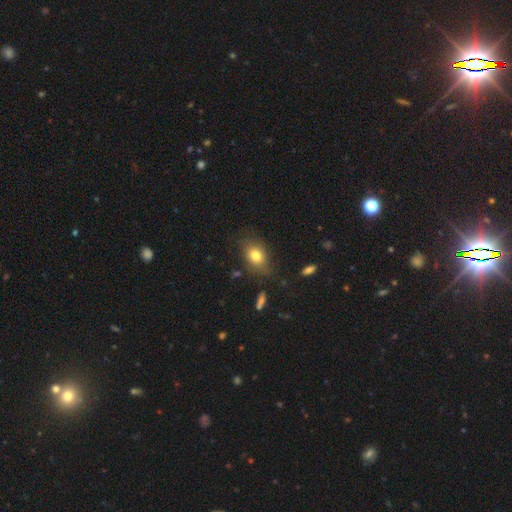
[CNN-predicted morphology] A smooth galaxy with no disk features (79%) that is in between round and cigar-shaped (74%).

Vote fractions:
- Smooth or featured? smooth: 79% / featured or disk: 11% / star or artifact: 10%
- How rounded? in between: 74% / round: 25% / cigar-shaped: 2%
- Merging? none: 77% / minor disturbance: 16% / major disturbance: 5% / merger: 2%